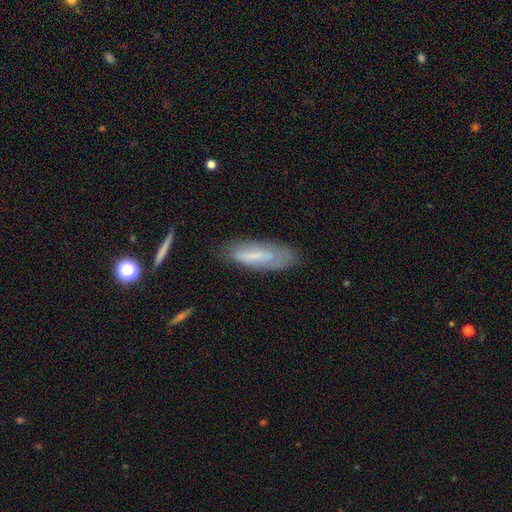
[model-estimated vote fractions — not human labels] Overall: smooth (58%; featured or disk 34%). How rounded: cigar-shaped (50%; in between 49%). Merging: none (65%).